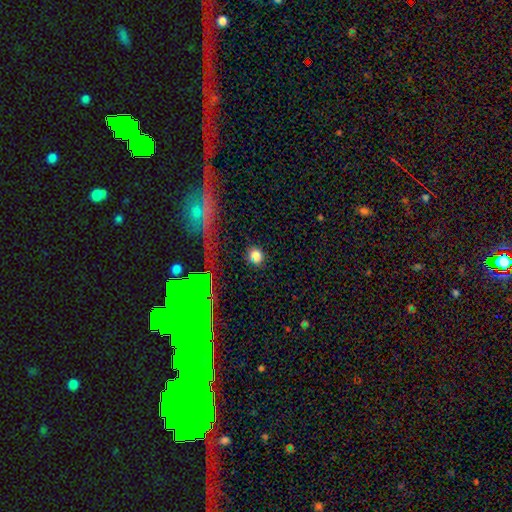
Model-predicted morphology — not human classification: type=smooth (76%); roundness=round (78%); merging=none (85%).